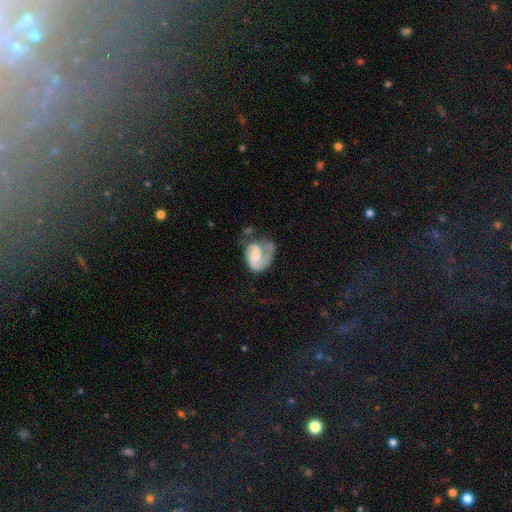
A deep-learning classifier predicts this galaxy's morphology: smooth-or-featured: featured or disk: 64% | smooth: 29% | star or artifact: 7%
  disk-edge-on: no: 98% | yes: 2%
    bar: weak: 45% | no: 39% | strong: 16%
    has-spiral-arms: yes: 83% | no: 17%
      spiral-winding: medium: 41% | loose: 31% | tight: 28%
      spiral-arm-count: 1: 44% | 2: 42% | can't tell: 10% | 3: 2% | 4: 1% | more than 4: 1%
    bulge-size: moderate: 32% | small: 29% | none: 26% | large: 11% | dominant: 2%
  merging: major disturbance: 39% | none: 29% | minor disturbance: 26% | merger: 6%